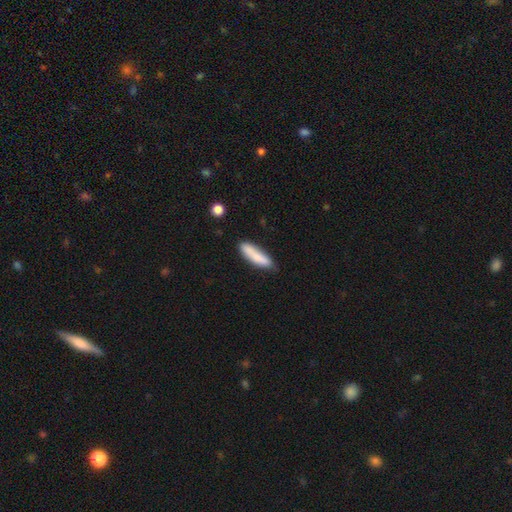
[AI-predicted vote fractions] A smooth galaxy with no disk features (81%) that is cigar-shaped (72%). Merging: none (72%).